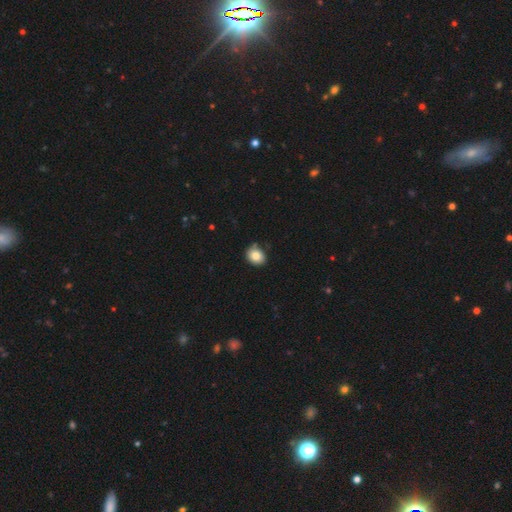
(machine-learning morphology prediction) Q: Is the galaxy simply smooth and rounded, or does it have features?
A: smooth — 83%.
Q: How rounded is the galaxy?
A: round — 59%.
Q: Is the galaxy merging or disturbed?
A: none — 78%.